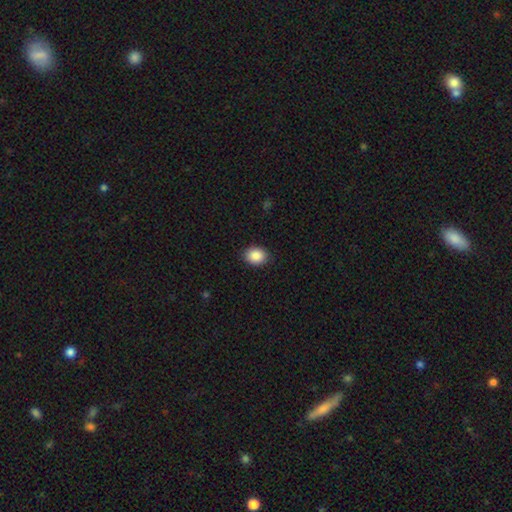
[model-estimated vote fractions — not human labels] Morphology: type=smooth (88%); roundness=in between (53%); merging=none (89%).